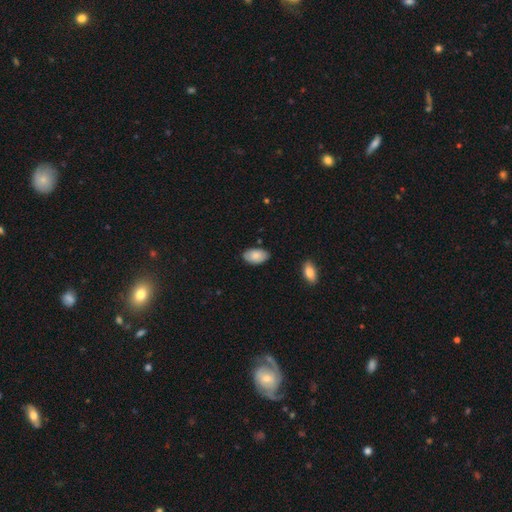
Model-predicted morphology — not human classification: This is likely a smooth galaxy (79%). How rounded: clearly in between (94%). Merging: clearly none (80%).